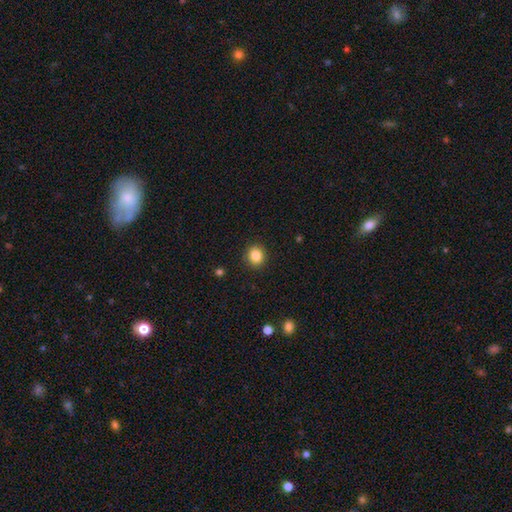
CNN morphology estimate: type=smooth (85%); roundness=round (81%); merging=none (90%).